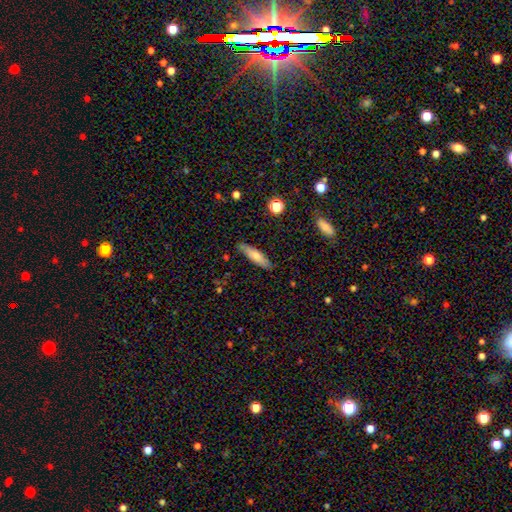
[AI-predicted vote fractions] Q: Smooth or featured?
A: smooth (70%); runner-up: featured or disk (24%)
Q: How rounded?
A: cigar-shaped (67%); runner-up: in between (31%)
Q: Merging?
A: none (86%); runner-up: minor disturbance (11%)